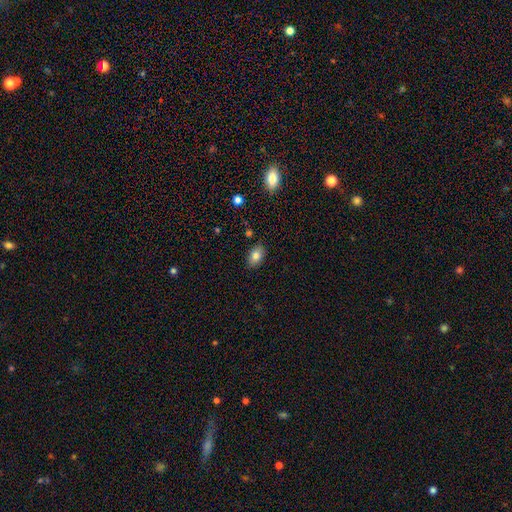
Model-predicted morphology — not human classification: A smooth galaxy with no disk features (82%) that is in between round and cigar-shaped (87%). Merging: none (86%).